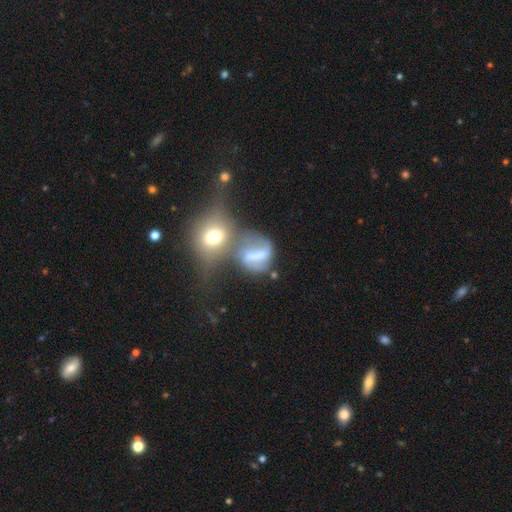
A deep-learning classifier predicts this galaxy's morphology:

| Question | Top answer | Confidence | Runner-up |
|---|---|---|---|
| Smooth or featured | featured or disk | 61% | smooth (29%) |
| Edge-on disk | no | 96% | yes (4%) |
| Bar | strong | 50% | weak (33%) |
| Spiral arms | yes | 73% | no (27%) |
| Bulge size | none | 38% | small (27%) |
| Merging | merger | 37% | none (32%) |